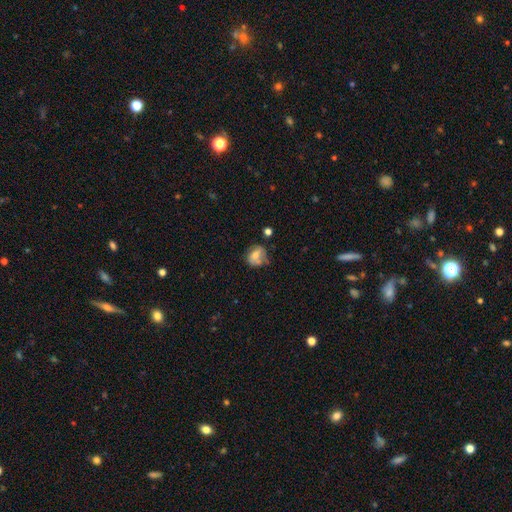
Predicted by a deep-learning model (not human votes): Smooth or featured?
  - smooth: 59% *
  - featured or disk: 31%
  - star or artifact: 10%
How rounded?
  - round: 61% *
  - in between: 38%
  - cigar-shaped: 1%
Merging?
  - none: 46% *
  - minor disturbance: 28%
  - major disturbance: 13%
  - merger: 13%